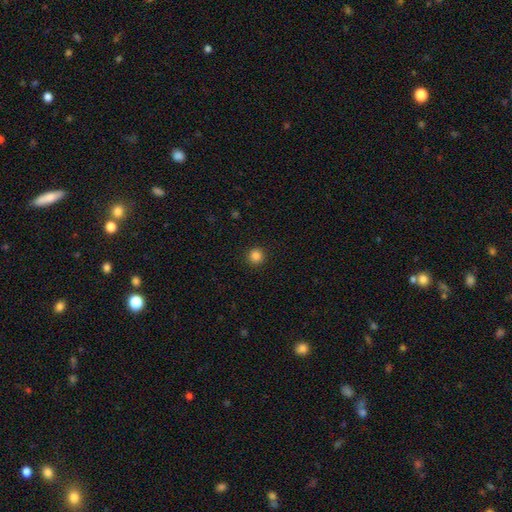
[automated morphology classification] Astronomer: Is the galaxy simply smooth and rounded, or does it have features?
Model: smooth — 85%.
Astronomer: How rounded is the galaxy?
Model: round — 95%.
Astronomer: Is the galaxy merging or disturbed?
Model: none — 93%.